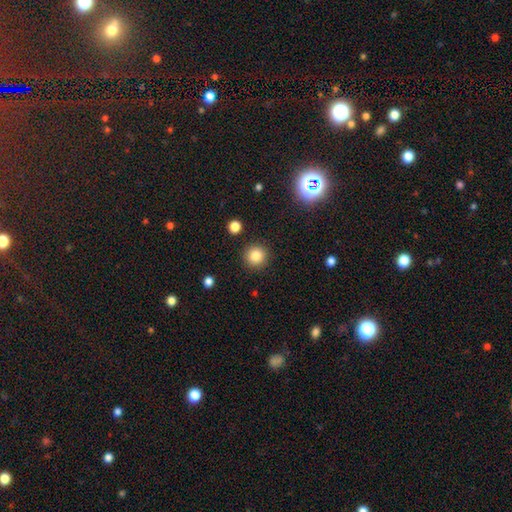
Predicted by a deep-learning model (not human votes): Overall: smooth (83%). How rounded: round (95%). Merging: none (91%).